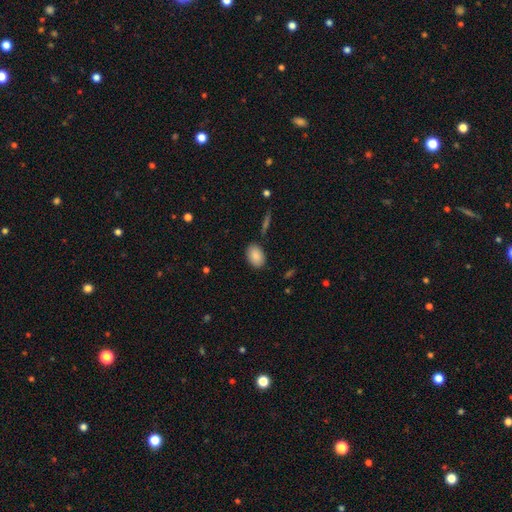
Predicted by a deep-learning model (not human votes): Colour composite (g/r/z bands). It shows a smooth galaxy with no disk features (88%) that is in between round and cigar-shaped (87%). Merging: none (85%).